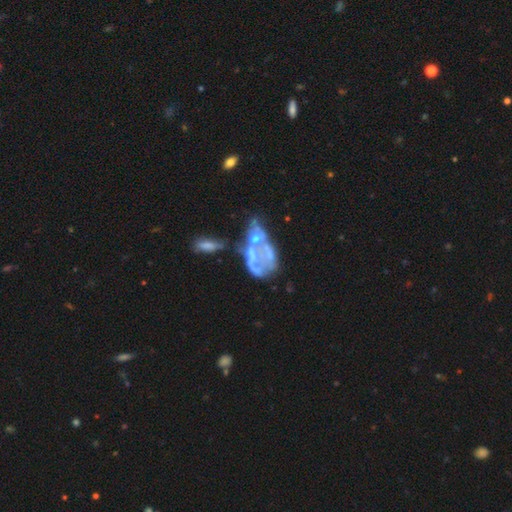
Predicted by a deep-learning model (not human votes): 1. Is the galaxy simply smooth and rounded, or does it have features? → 64% featured or disk, 21% smooth, 14% star or artifact.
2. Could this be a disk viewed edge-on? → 97% no, 3% yes.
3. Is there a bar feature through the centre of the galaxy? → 87% no, 9% weak, 4% strong.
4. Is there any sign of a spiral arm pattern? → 87% no, 13% yes.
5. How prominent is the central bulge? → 57% none, 20% moderate, 17% small, 4% large, 2% dominant.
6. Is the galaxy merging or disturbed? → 49% merger, 25% major disturbance, 16% none, 10% minor disturbance.